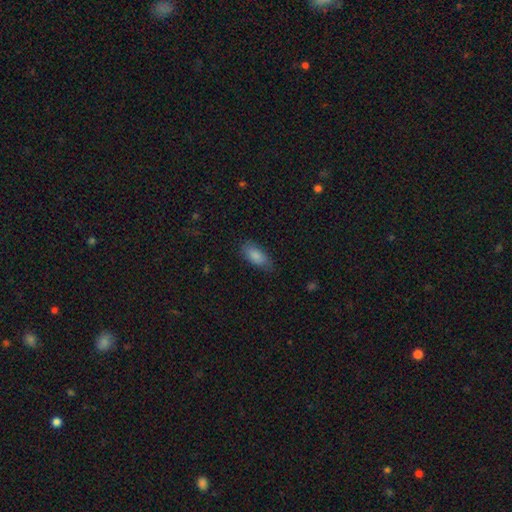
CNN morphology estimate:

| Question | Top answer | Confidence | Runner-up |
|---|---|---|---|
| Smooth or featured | smooth | 86% | featured or disk (7%) |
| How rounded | in between | 85% | cigar-shaped (13%) |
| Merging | none | 74% | minor disturbance (21%) |